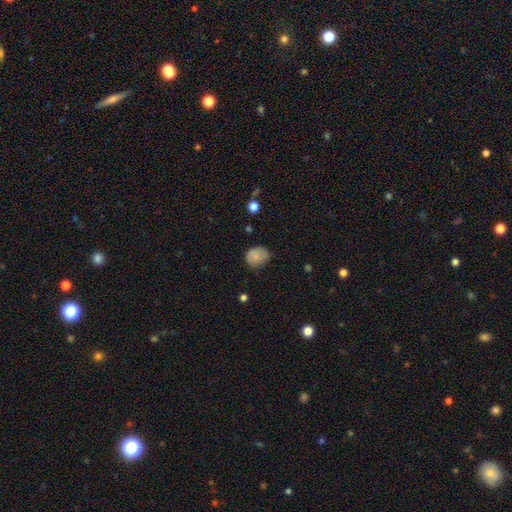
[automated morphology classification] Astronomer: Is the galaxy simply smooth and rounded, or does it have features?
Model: smooth — 81%.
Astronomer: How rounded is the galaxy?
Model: round — 58% (runner-up: in between, 41%).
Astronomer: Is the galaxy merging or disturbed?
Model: none — 68%.